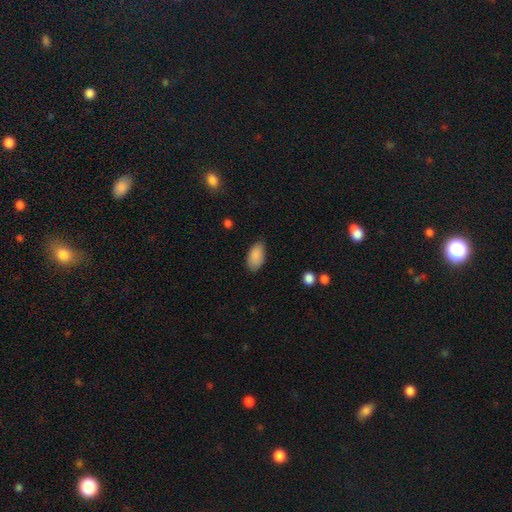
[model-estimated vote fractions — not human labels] Smooth or featured? smooth (88%)
How rounded? in between (94%)
Merging? none (75%)